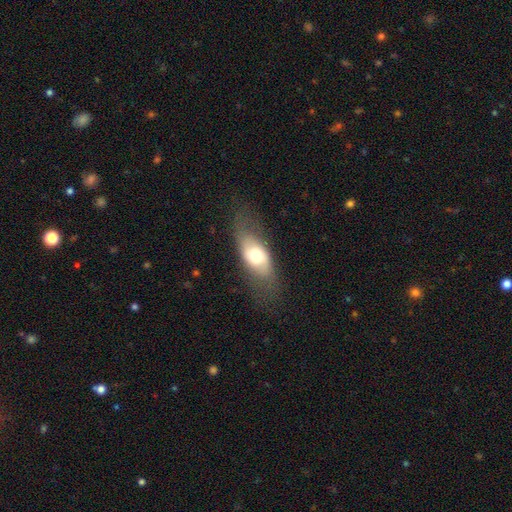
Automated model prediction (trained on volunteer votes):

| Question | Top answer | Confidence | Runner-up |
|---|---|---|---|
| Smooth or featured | smooth | 59% | featured or disk (34%) |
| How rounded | in between | 82% | cigar-shaped (11%) |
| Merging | none | 67% | minor disturbance (20%) |